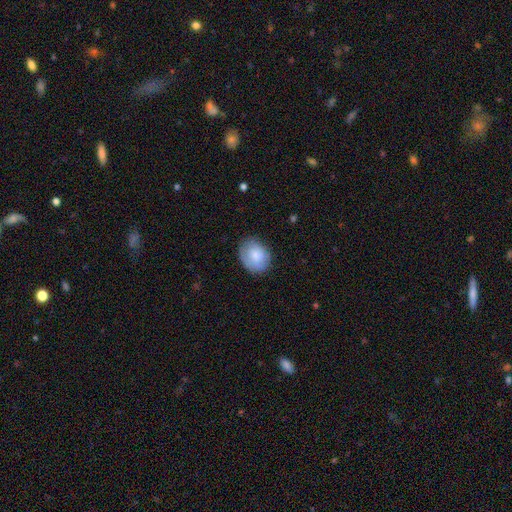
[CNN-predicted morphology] Q: Smooth or featured?
A: smooth (75%); runner-up: featured or disk (18%)
Q: How rounded?
A: in between (55%); runner-up: round (44%)
Q: Merging?
A: none (75%); runner-up: minor disturbance (19%)